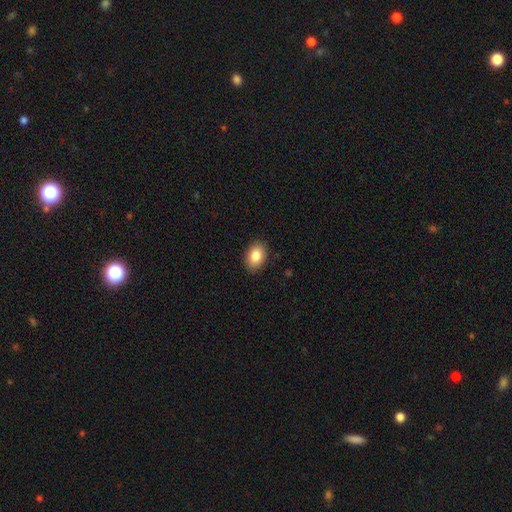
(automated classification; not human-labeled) smooth 86%, star or artifact 8%, featured or disk 7%. Down the decision tree: how rounded — in between (84%); merging — none (88%).